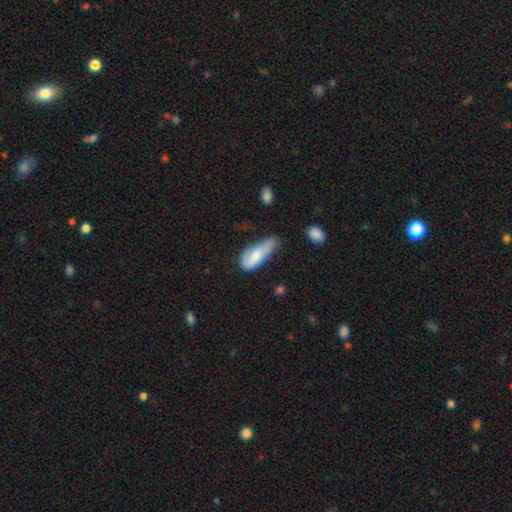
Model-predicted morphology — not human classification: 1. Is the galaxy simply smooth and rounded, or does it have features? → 64% smooth, 30% featured or disk, 6% star or artifact.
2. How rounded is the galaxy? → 72% in between, 25% cigar-shaped, 3% round.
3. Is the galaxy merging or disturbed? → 42% minor disturbance, 29% none, 24% major disturbance, 5% merger.